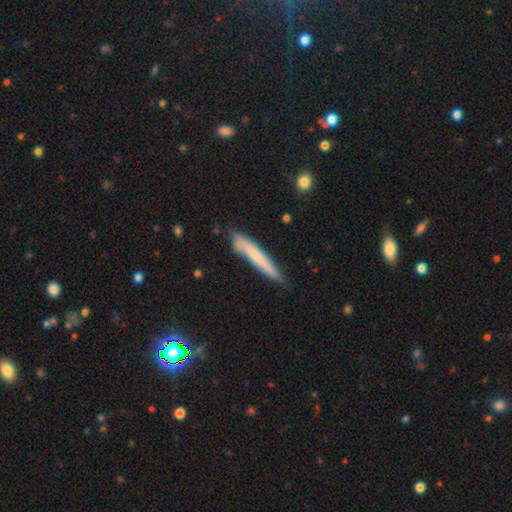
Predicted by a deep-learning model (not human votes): This is likely a smooth galaxy (62%). How rounded: clearly cigar-shaped (95%). Merging: likely none (73%).